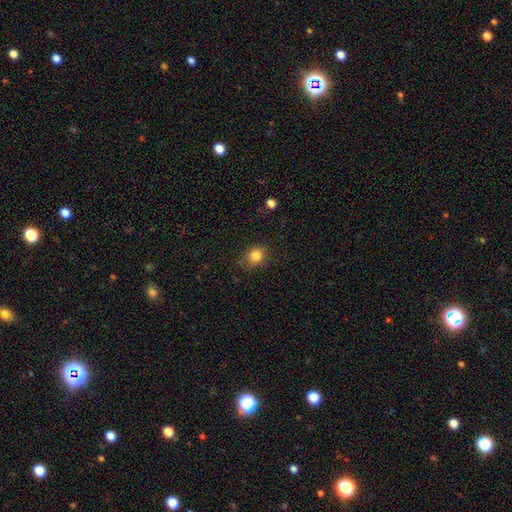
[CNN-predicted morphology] Smooth or featured? smooth (83%)
How rounded? round (70%)
Merging? none (78%)